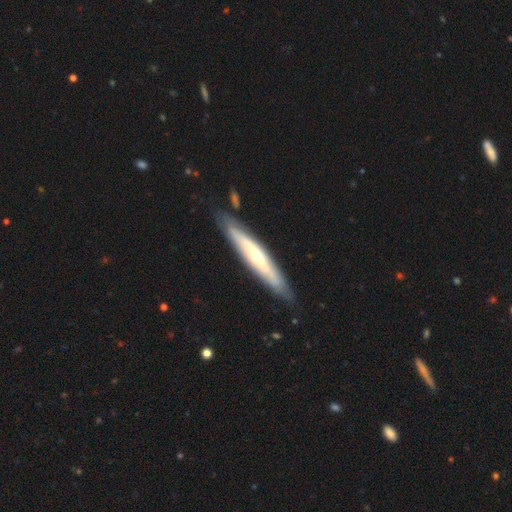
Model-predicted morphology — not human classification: This is likely a featured or disk galaxy (61%). It is likely viewed edge-on (74%). Merging: clearly none (83%).